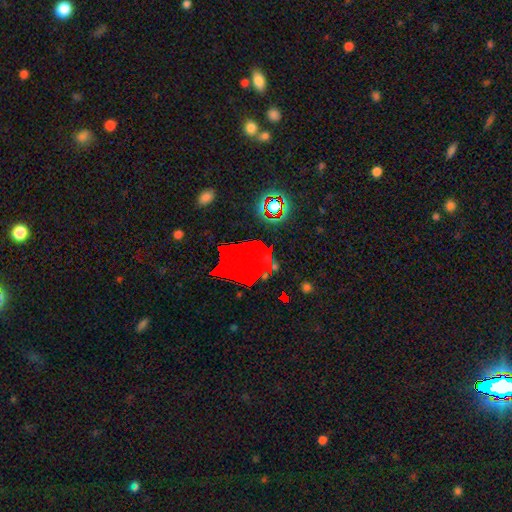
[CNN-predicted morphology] type=star or artifact (45%).